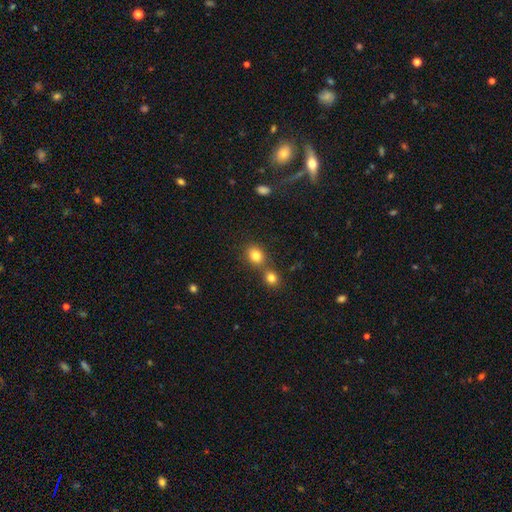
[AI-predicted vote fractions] smooth_or_featured: smooth (p=0.81) [alt: star or artifact p=0.12]
how_rounded: round (p=0.60) [alt: in between p=0.39]
merging: none (p=0.53) [alt: merger p=0.36]